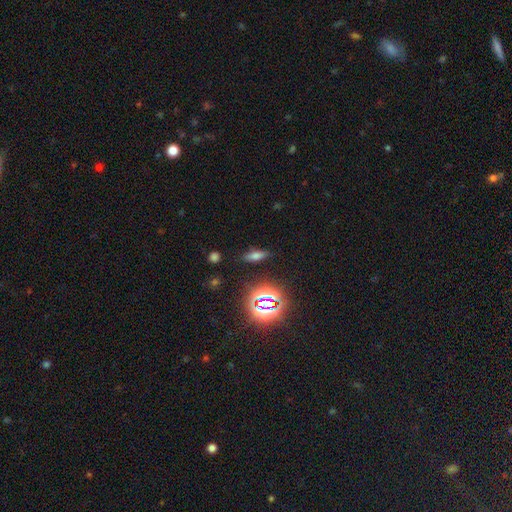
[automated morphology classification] smooth_or_featured: smooth (p=0.60) [alt: star or artifact p=0.24]
how_rounded: in between (p=0.51) [alt: cigar-shaped p=0.42]
merging: none (p=0.85) [alt: minor disturbance p=0.10]